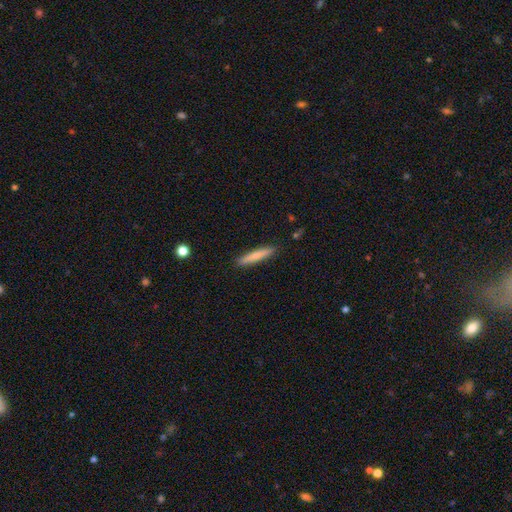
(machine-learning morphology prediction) Smooth or featured?
  - smooth: 74% *
  - featured or disk: 20%
  - star or artifact: 6%
How rounded?
  - cigar-shaped: 91% *
  - in between: 7%
  - round: 1%
Merging?
  - none: 90% *
  - minor disturbance: 7%
  - major disturbance: 2%
  - merger: 1%